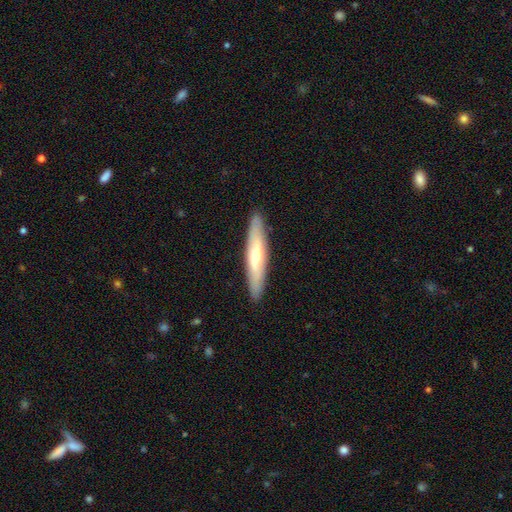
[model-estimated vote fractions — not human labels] smooth 48%, featured or disk 47%, star or artifact 5%. Down the decision tree: merging — none (90%).